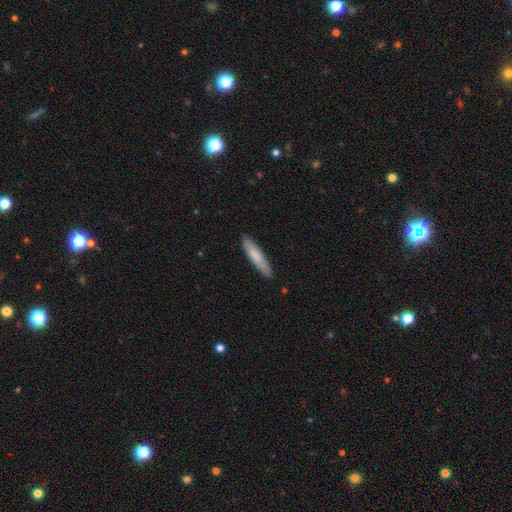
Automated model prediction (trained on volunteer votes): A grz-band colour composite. It shows a smooth galaxy with no disk features (75%) that is cigar-shaped (86%). Merging: none (87%).